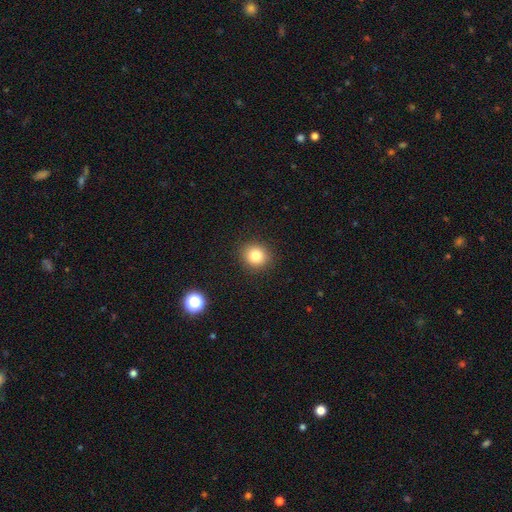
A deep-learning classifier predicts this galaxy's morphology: Overall: smooth (82%). How rounded: round (83%). Merging: none (90%).